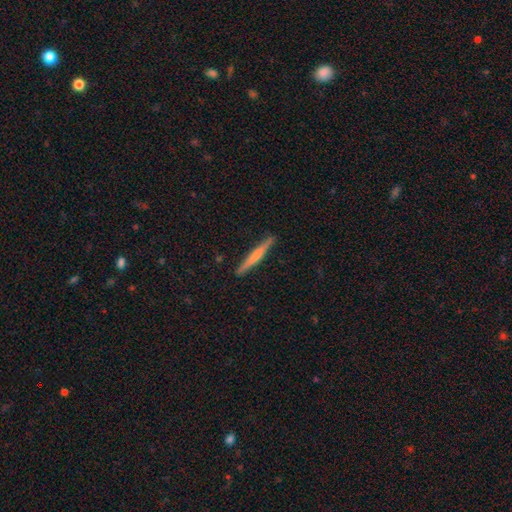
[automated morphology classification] smooth-or-featured: smooth: 48% | featured or disk: 46% | star or artifact: 5%
  merging: none: 91% | minor disturbance: 6% | major disturbance: 1% | merger: 1%